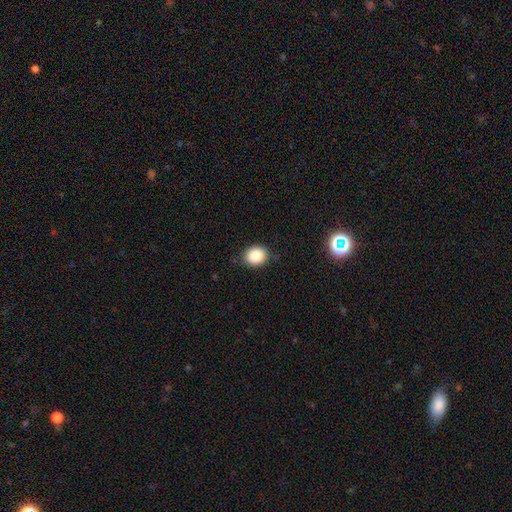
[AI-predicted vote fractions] A smooth galaxy with no disk features (87%) that is round (51%). Merging: none (86%).